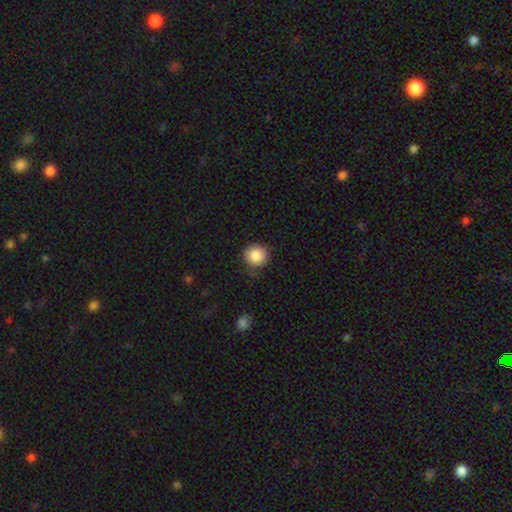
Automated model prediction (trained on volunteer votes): smooth 86%, star or artifact 9%, featured or disk 5%. Down the decision tree: how rounded — round (93%); merging — none (83%).